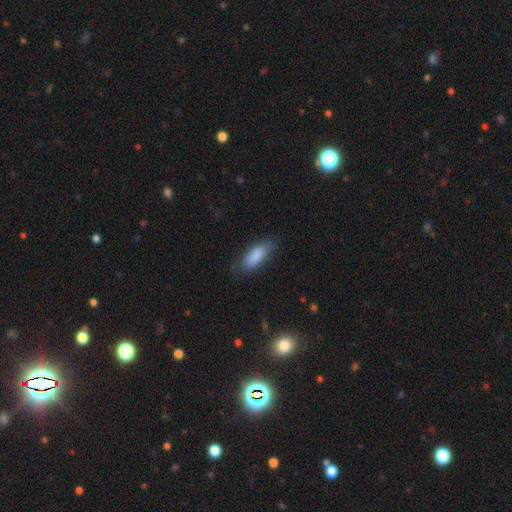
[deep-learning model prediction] This appears to be a smooth galaxy with no disk features (86%) that is in between round and cigar-shaped (74%). Merging: none (75%).